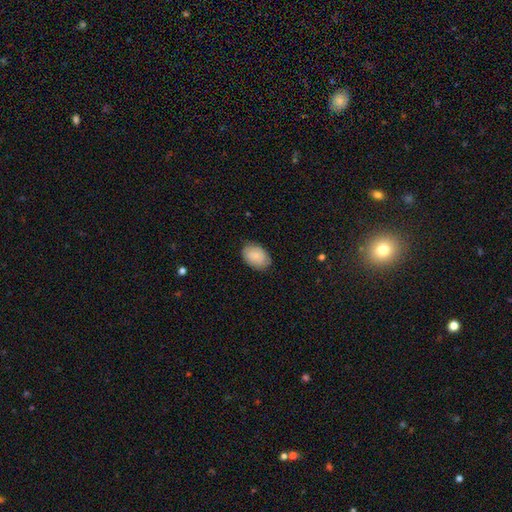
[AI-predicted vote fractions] Q: Smooth or featured?
A: smooth (77%); runner-up: featured or disk (17%)
Q: How rounded?
A: in between (85%); runner-up: round (14%)
Q: Merging?
A: none (78%); runner-up: minor disturbance (18%)